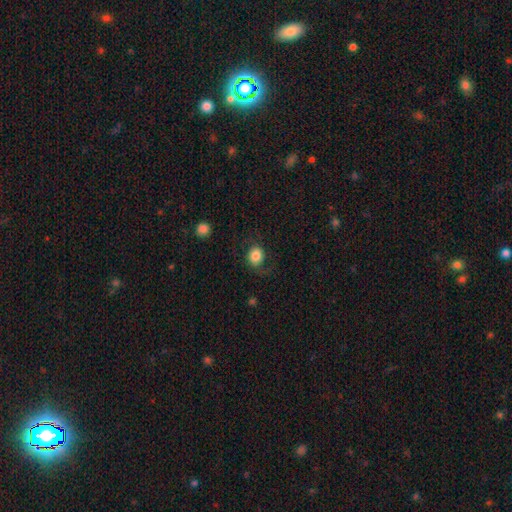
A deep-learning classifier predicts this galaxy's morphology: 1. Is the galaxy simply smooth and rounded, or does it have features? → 76% smooth, 16% featured or disk, 8% star or artifact.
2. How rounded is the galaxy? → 72% round, 27% in between, 1% cigar-shaped.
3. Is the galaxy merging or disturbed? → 69% none, 17% minor disturbance, 12% major disturbance, 2% merger.